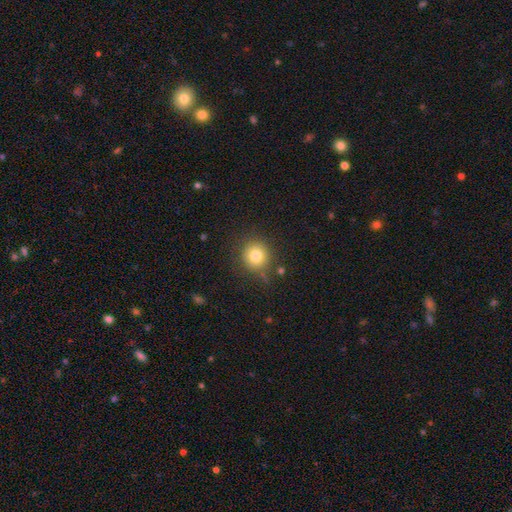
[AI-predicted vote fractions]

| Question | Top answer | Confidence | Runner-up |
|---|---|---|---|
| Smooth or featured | smooth | 80% | star or artifact (11%) |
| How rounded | round | 91% | in between (8%) |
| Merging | none | 82% | minor disturbance (11%) |